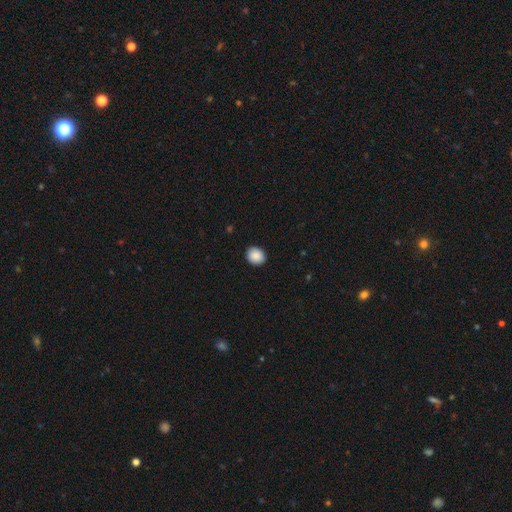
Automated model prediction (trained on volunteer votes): This is clearly a smooth galaxy (89%). How rounded: likely round (65%). Merging: clearly none (91%).